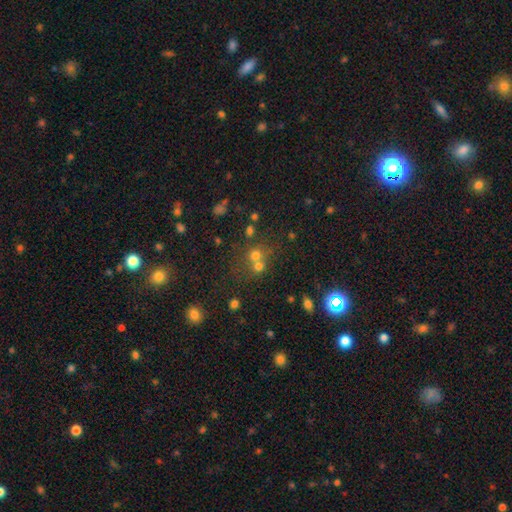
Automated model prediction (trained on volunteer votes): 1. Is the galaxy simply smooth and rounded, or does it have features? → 61% smooth, 26% star or artifact, 13% featured or disk.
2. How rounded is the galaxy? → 85% round, 14% in between, 1% cigar-shaped.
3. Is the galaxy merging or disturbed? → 46% none, 45% merger, 7% minor disturbance, 3% major disturbance.